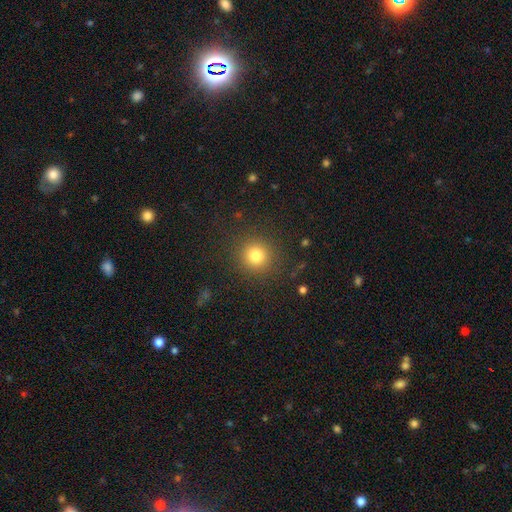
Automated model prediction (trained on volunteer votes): Morphology: type=smooth (79%); roundness=round (92%); merging=none (88%).